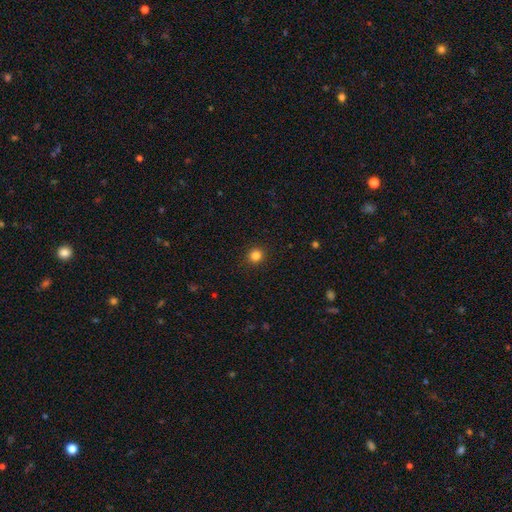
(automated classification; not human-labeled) Q: Smooth or featured?
A: smooth (84%); runner-up: star or artifact (13%)
Q: How rounded?
A: round (91%); runner-up: in between (8%)
Q: Merging?
A: none (92%); runner-up: minor disturbance (5%)